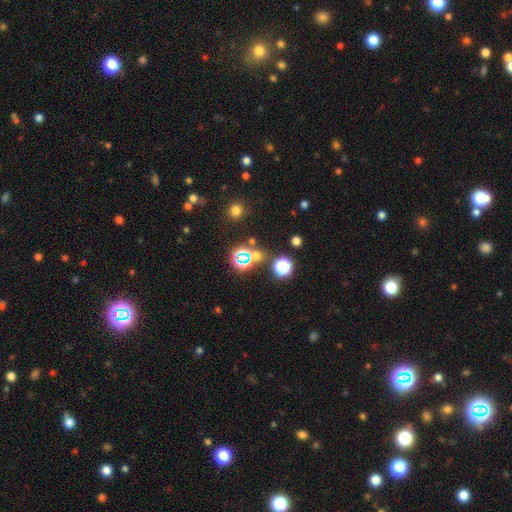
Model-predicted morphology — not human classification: Smooth or featured?
  - star or artifact: 58% *
  - smooth: 34%
  - featured or disk: 9%